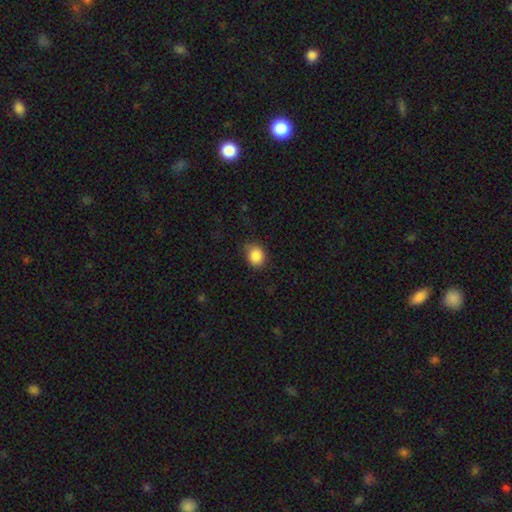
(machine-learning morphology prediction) Smooth or featured? smooth (87%)
How rounded? round (61%)
Merging? none (79%)